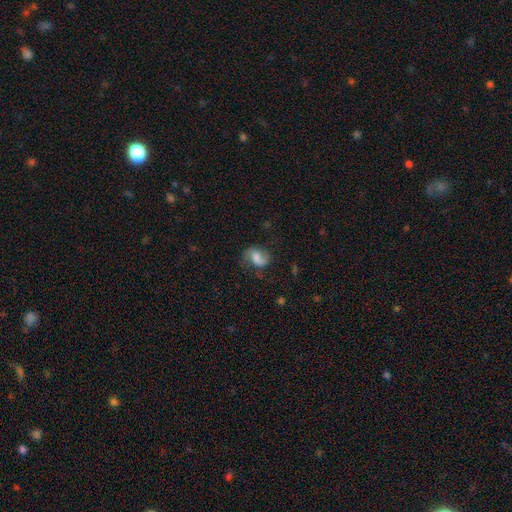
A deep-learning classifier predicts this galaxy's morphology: featured or disk 48%, smooth 43%, star or artifact 9%. Down the decision tree: merging — none (63%).